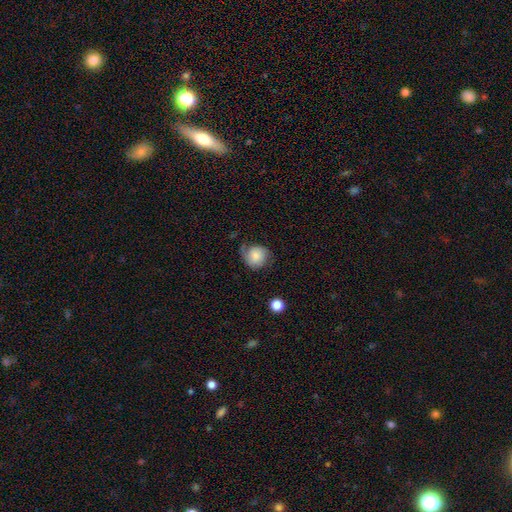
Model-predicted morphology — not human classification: Smooth or featured? smooth (61%)
How rounded? round (81%)
Merging? none (50%)